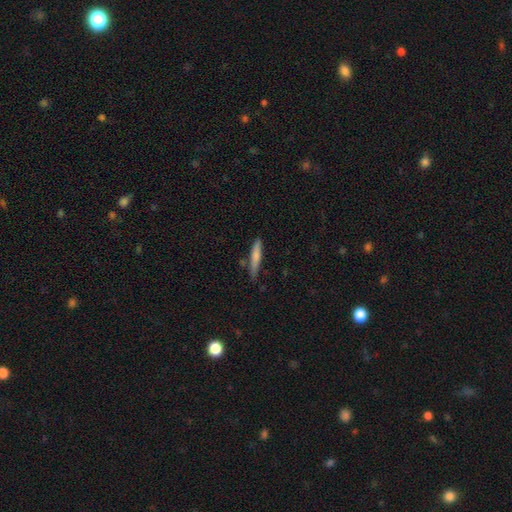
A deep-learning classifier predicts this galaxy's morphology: type=smooth (72%); roundness=cigar-shaped (92%); merging=none (75%).